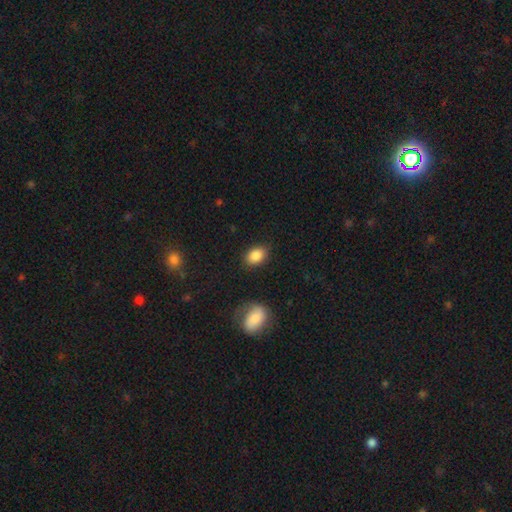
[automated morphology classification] The model was most divided on "how rounded": in between: 81%, round: 18%, cigar-shaped: 1%. More confident: smooth or featured — smooth (87%); merging — none (85%).